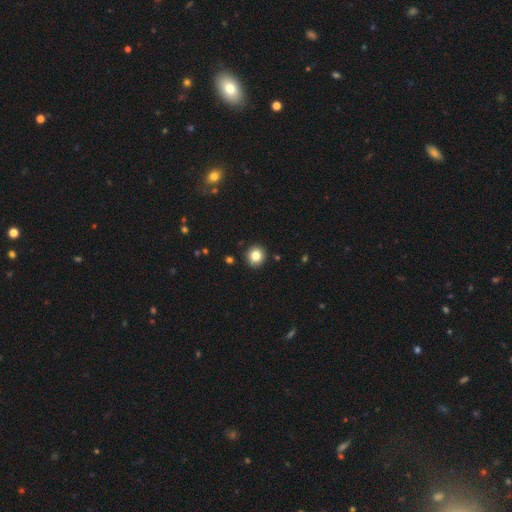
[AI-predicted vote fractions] Smooth or featured? Predicted: smooth (p=0.83). How rounded? Predicted: round (p=0.90). Merging? Predicted: none (p=0.92).